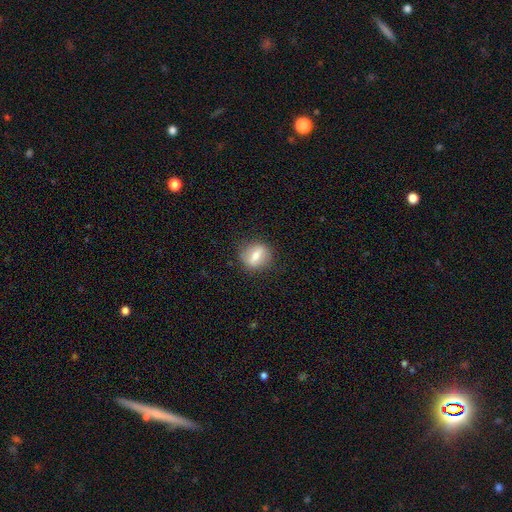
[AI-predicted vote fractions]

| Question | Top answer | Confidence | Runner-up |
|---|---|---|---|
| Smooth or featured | smooth | 65% | featured or disk (27%) |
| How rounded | round | 65% | in between (32%) |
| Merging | none | 83% | minor disturbance (12%) |